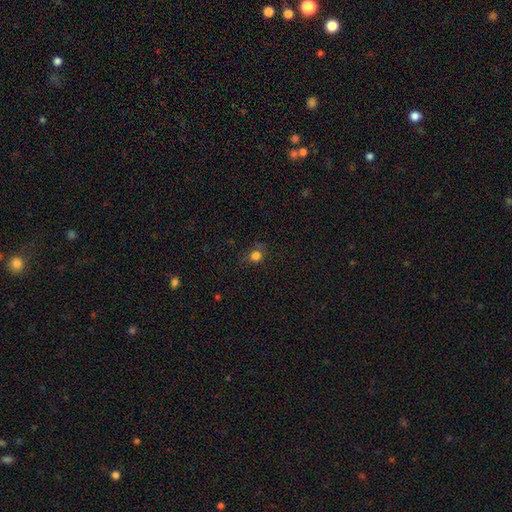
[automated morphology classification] Smooth or featured? smooth (78%)
How rounded? round (76%)
Merging? none (72%)